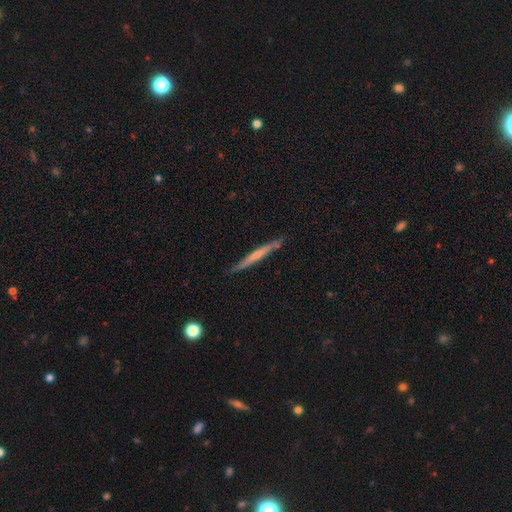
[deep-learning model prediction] Smooth or featured?
  - featured or disk: 63% *
  - smooth: 29%
  - star or artifact: 7%
Edge-on disk?
  - yes: 97% *
  - no: 3%
Edge-on bulge?
  - rounded: 54% *
  - none: 38%
  - boxy: 8%
Merging?
  - none: 89% *
  - minor disturbance: 8%
  - major disturbance: 2%
  - merger: 1%